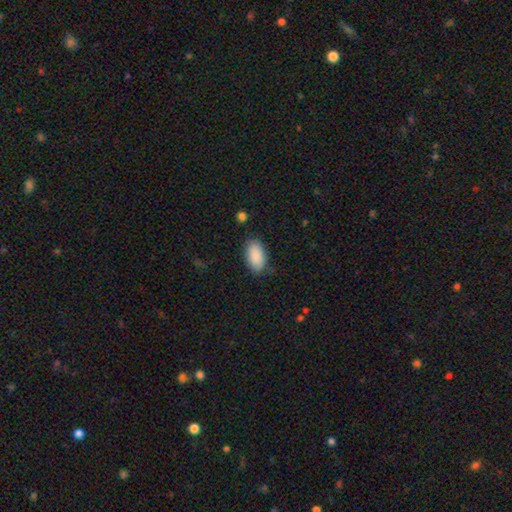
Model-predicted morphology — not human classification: Smooth or featured? Predicted: smooth (p=0.90). How rounded? Predicted: in between (p=0.95). Merging? Predicted: none (p=0.80).